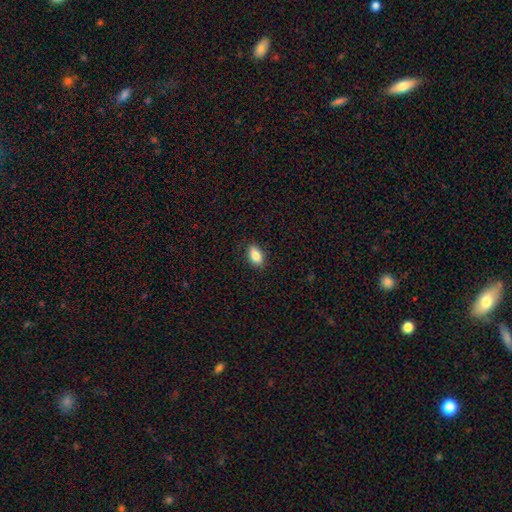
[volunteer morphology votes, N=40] This is likely a smooth galaxy (70%). How rounded: clearly in between (93%). Merging: likely none (72%).